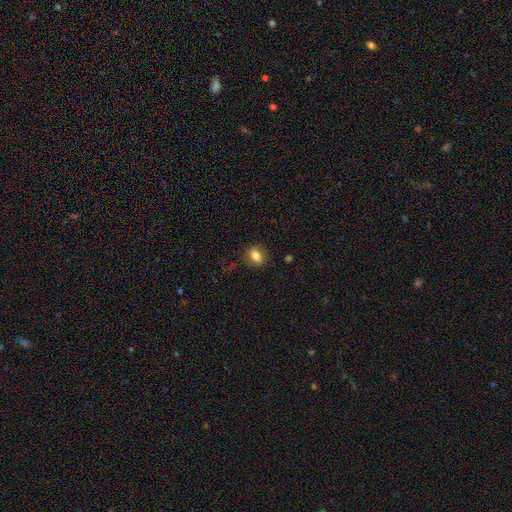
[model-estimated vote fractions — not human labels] The model was most divided on "how rounded": in between: 70%, round: 28%, cigar-shaped: 2%. More confident: merging — none (84%); smooth or featured — smooth (83%).